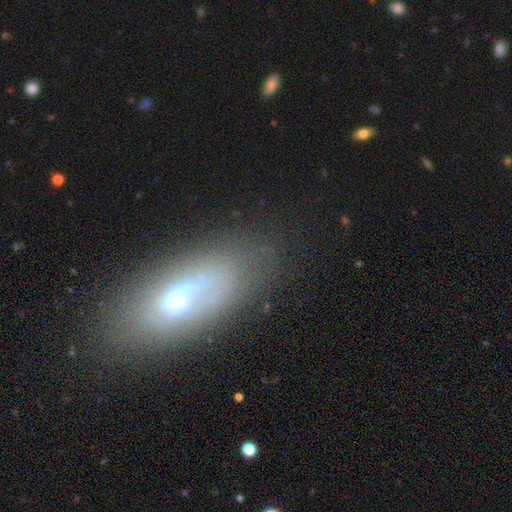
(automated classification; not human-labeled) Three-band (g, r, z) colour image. It shows a featured or disk galaxy (46%). Merging: none (73%).